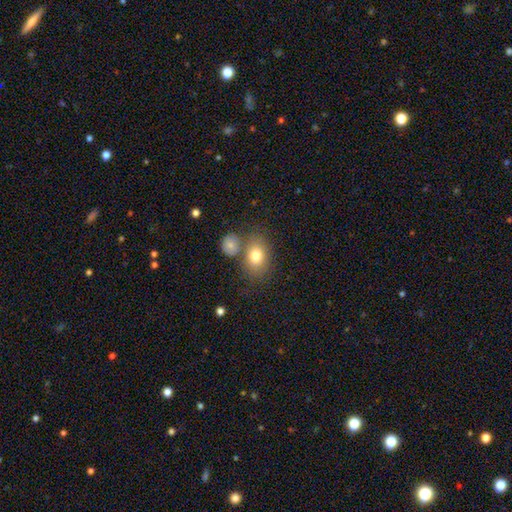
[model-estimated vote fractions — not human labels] Overall: smooth (77%). How rounded: in between (70%). Merging: none (59%; merger 22%).